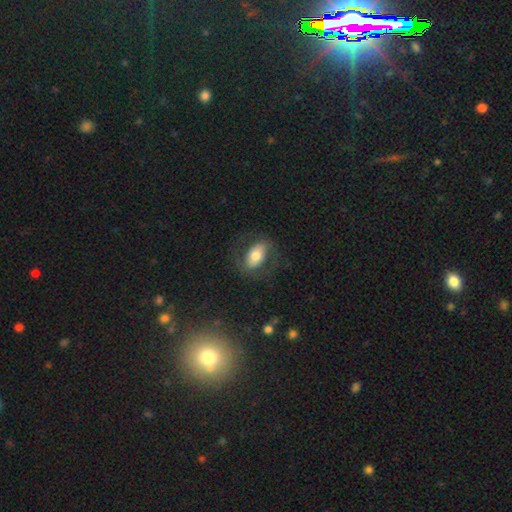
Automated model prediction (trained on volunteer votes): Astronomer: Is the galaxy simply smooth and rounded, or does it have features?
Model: smooth — 54% (runner-up: featured or disk, 38%).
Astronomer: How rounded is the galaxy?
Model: in between — 87%.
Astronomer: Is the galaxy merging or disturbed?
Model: none — 71%.